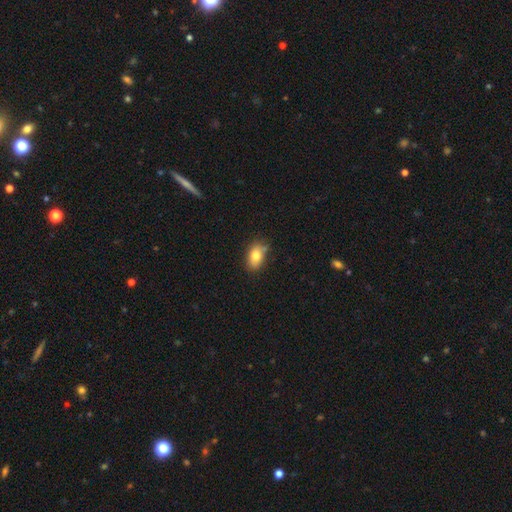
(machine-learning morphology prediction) This appears to be a smooth galaxy with no disk features (81%) that is in between round and cigar-shaped (86%). Merging: none (74%).